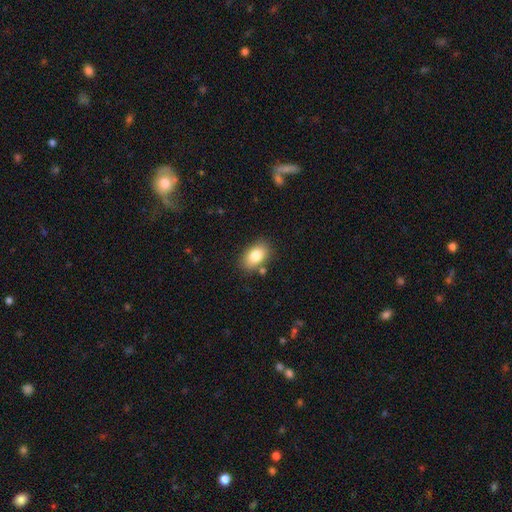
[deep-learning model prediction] Smooth or featured? Predicted: smooth (p=0.83). How rounded? Predicted: in between (p=0.88). Merging? Predicted: none (p=0.80).